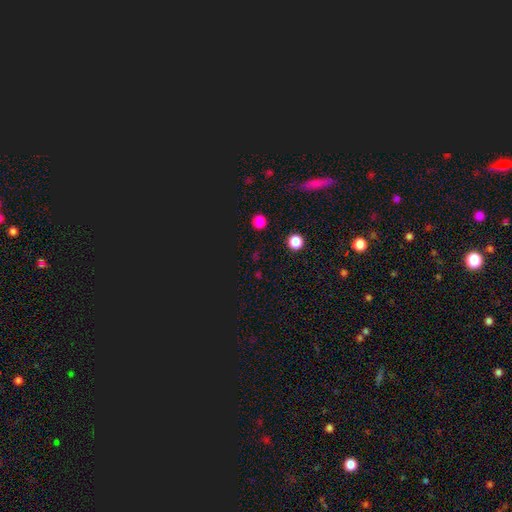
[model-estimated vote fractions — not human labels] Smooth or featured?
  - star or artifact: 55% *
  - smooth: 40%
  - featured or disk: 5%